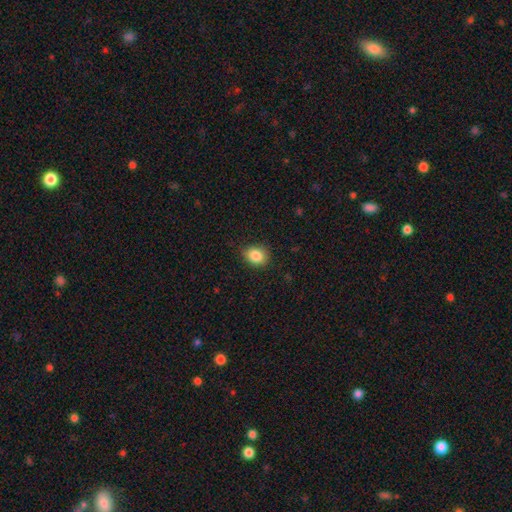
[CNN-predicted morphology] Smooth or featured?
  - smooth: 86% *
  - star or artifact: 9%
  - featured or disk: 5%
How rounded?
  - round: 51% *
  - in between: 48%
  - cigar-shaped: 1%
Merging?
  - none: 83% *
  - minor disturbance: 14%
  - major disturbance: 3%
  - merger: 1%